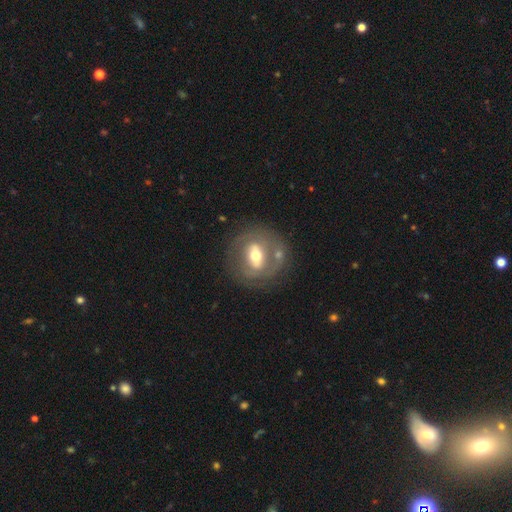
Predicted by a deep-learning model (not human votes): Smooth or featured? Predicted: featured or disk (p=0.64). Edge-on disk? Predicted: no (p=0.91). Bar? Predicted: strong (p=0.42). Spiral arms? Predicted: no (p=0.67). Bulge size? Predicted: moderate (p=0.70). Merging? Predicted: none (p=0.66).